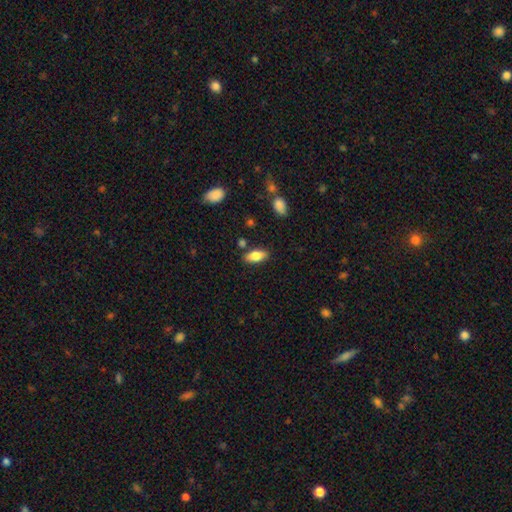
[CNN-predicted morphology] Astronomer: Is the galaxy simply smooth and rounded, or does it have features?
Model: smooth — 80%.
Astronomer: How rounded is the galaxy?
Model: in between — 87%.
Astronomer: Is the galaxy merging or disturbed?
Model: none — 83%.